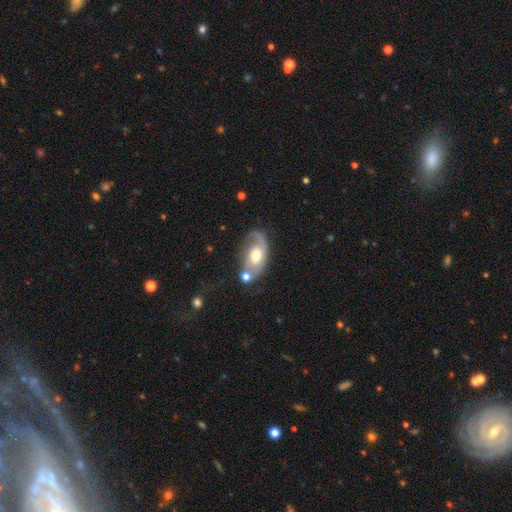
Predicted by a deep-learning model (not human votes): Q: Smooth or featured?
A: featured or disk (61%); runner-up: smooth (33%)
Q: Edge-on disk?
A: no (93%); runner-up: yes (7%)
Q: Bar?
A: no (67%); runner-up: weak (27%)
Q: Spiral arms?
A: yes (75%); runner-up: no (25%)
Q: Bulge size?
A: moderate (63%); runner-up: large (24%)
Q: Merging?
A: none (44%); runner-up: minor disturbance (23%)